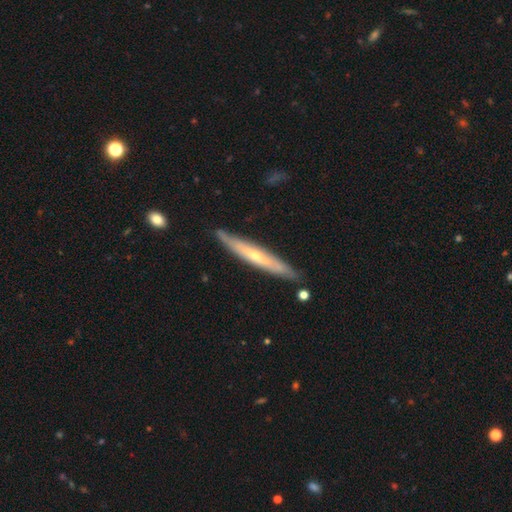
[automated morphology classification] Smooth or featured?
  - featured or disk: 62% *
  - smooth: 32%
  - star or artifact: 6%
Edge-on disk?
  - yes: 87% *
  - no: 13%
Edge-on bulge?
  - rounded: 64% *
  - none: 33%
  - boxy: 3%
Merging?
  - none: 85% *
  - minor disturbance: 11%
  - major disturbance: 2%
  - merger: 2%